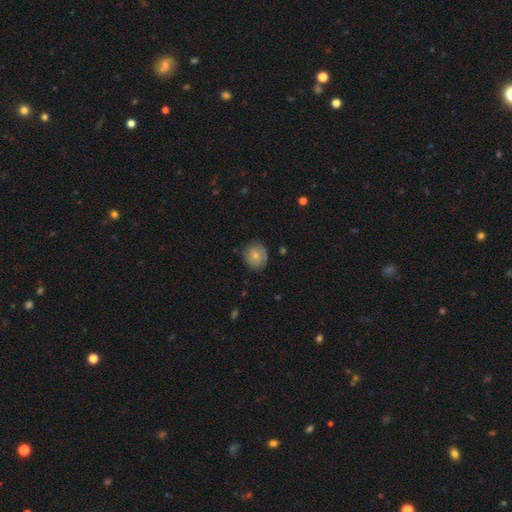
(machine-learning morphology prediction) type=smooth (69%); roundness=round (86%); merging=none (81%).